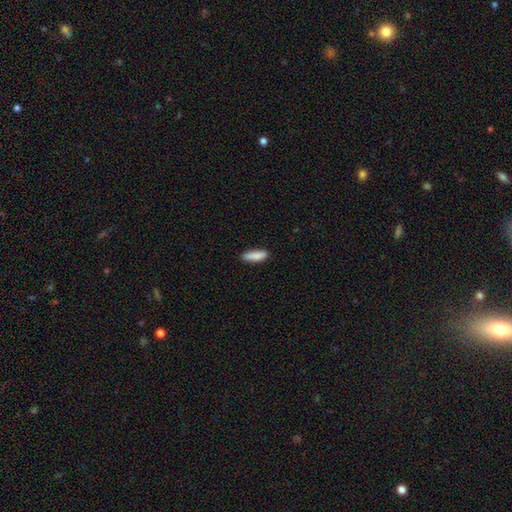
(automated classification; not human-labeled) The model was most divided on "how rounded": cigar-shaped: 57%, in between: 41%, round: 2%. More confident: smooth or featured — smooth (88%); merging — none (85%).